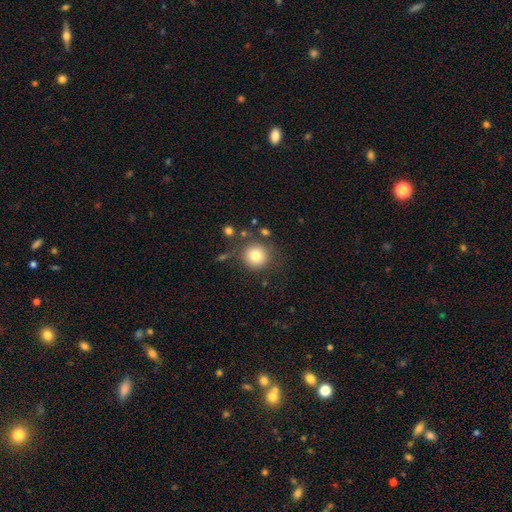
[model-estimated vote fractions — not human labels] Overall: smooth (80%). How rounded: round (93%). Merging: none (81%).